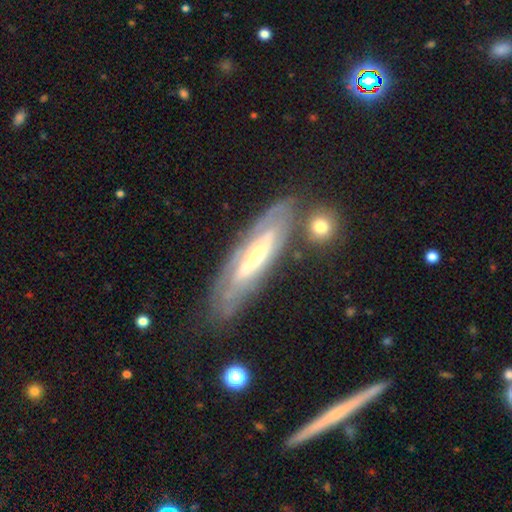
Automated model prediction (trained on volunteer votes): A featured or disk galaxy (76%). Merging: none (75%).